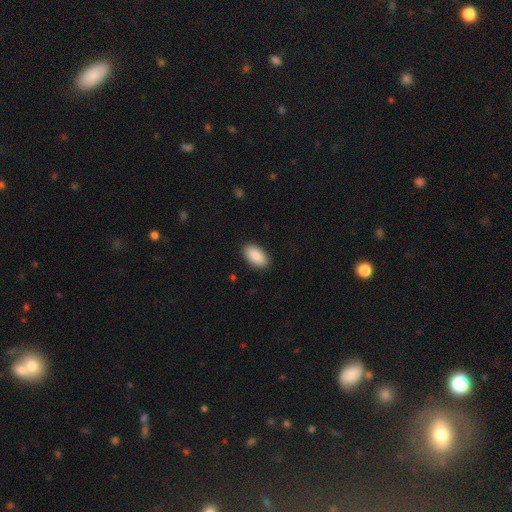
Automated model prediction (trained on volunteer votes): smooth_or_featured: smooth (p=0.91) [alt: star or artifact p=0.06]
how_rounded: in between (p=0.95) [alt: round p=0.03]
merging: none (p=0.89) [alt: minor disturbance p=0.08]